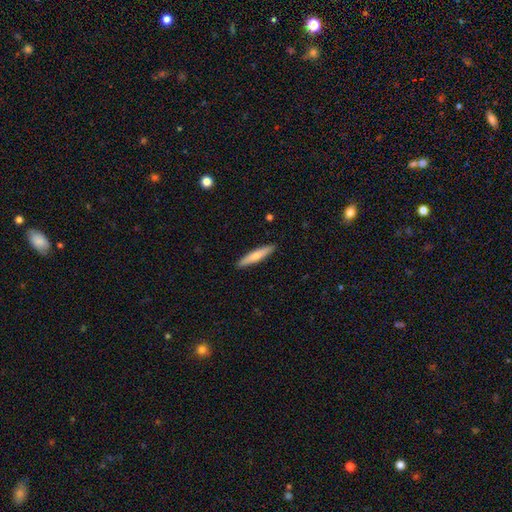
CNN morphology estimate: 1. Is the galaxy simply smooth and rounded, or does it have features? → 69% smooth, 26% featured or disk, 5% star or artifact.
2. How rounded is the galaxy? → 89% cigar-shaped, 10% in between, 1% round.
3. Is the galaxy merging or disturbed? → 91% none, 6% minor disturbance, 1% major disturbance, 1% merger.